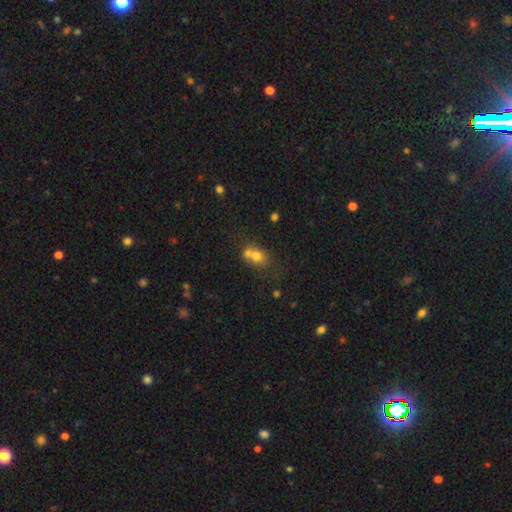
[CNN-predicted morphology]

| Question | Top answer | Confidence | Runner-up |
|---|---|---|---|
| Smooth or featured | smooth | 69% | featured or disk (18%) |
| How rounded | round | 55% | in between (44%) |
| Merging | merger | 54% | none (33%) |